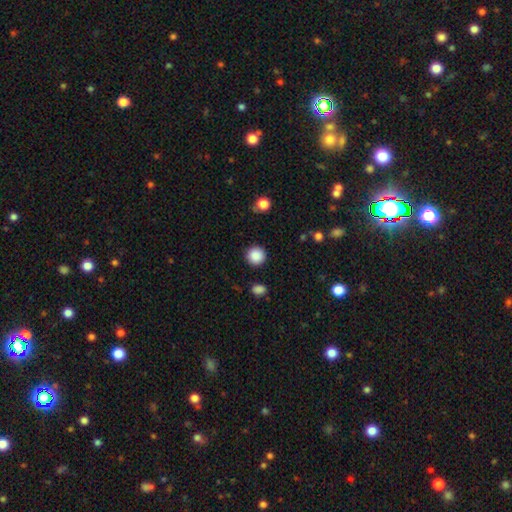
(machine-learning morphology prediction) type=smooth (88%); roundness=round (94%); merging=none (91%).